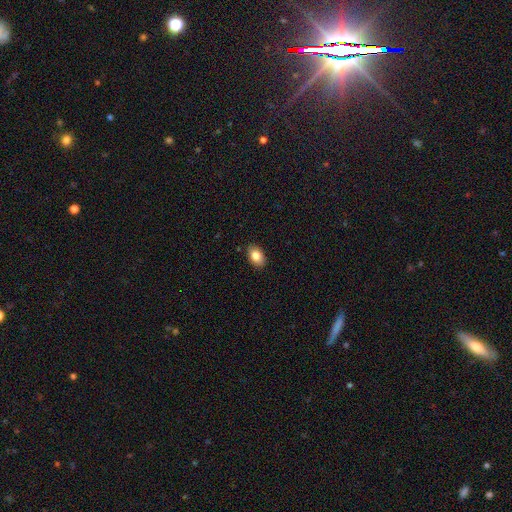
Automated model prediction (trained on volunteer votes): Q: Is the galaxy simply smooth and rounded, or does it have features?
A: smooth — 83%.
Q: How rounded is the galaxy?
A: in between — 86%.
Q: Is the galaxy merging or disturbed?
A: none — 88%.